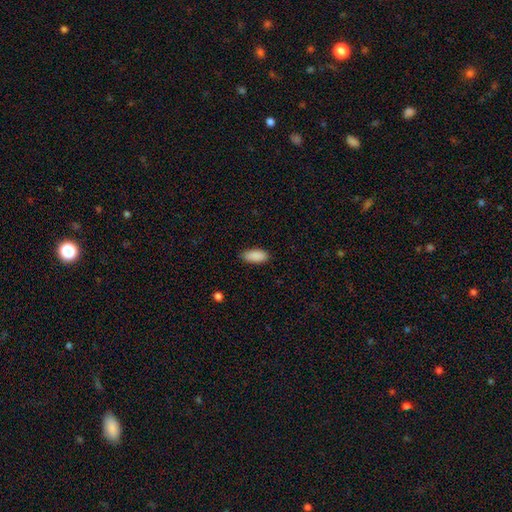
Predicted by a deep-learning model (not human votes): smooth 90%, star or artifact 6%, featured or disk 3%. Down the decision tree: how rounded — in between (90%); merging — none (84%).